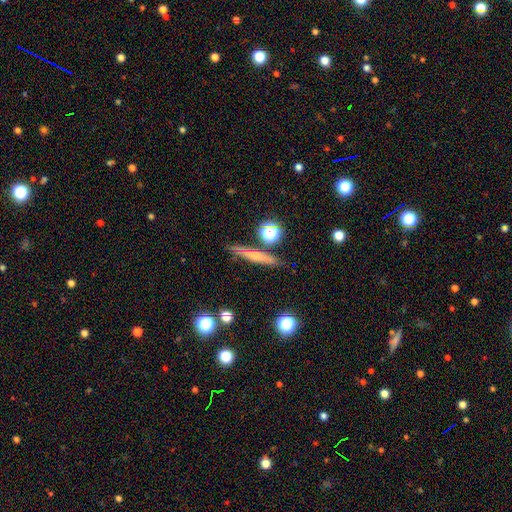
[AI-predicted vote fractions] Overall: smooth (53%; featured or disk 36%). How rounded: cigar-shaped (87%). Merging: none (82%).